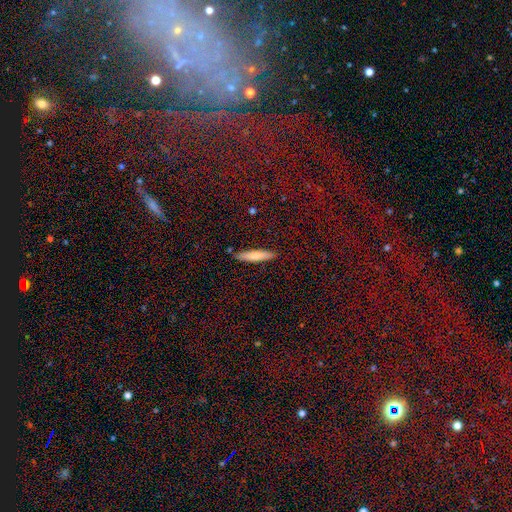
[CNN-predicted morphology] This is likely a smooth galaxy (71%). How rounded: clearly cigar-shaped (86%). Merging: clearly none (89%).